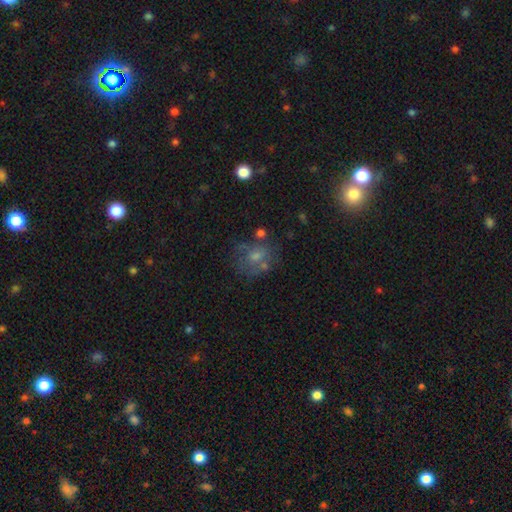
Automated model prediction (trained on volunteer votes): Morphology: type=smooth (42%); merging=none (57%).